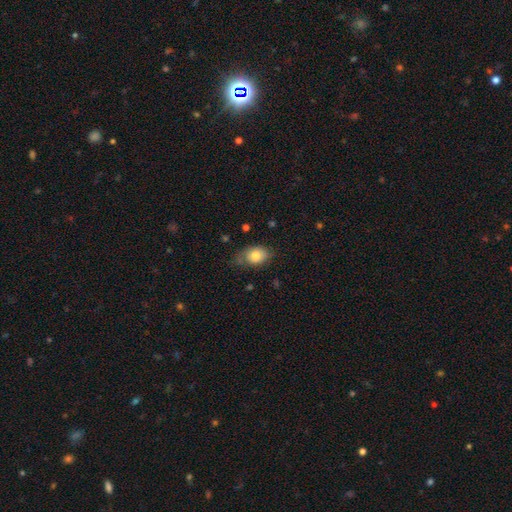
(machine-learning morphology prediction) This is likely a smooth galaxy (77%). How rounded: clearly in between (82%). Merging: possibly none (56%).